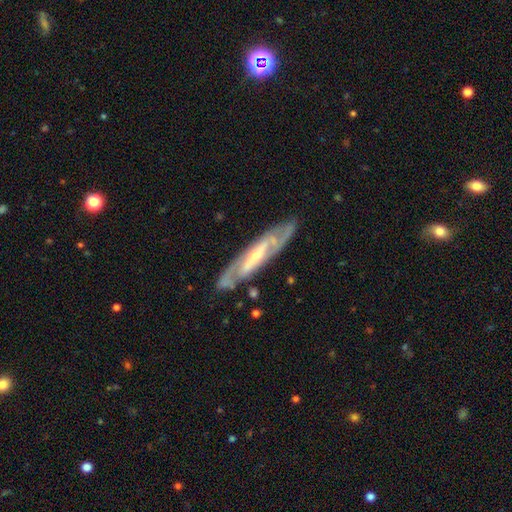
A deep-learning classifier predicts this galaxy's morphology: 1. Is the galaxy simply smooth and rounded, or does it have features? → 84% featured or disk, 11% smooth, 5% star or artifact.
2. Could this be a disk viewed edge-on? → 70% no, 30% yes.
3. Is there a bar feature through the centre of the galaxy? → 45% strong, 32% weak, 22% no.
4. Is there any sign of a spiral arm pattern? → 90% yes, 10% no.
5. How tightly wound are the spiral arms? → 51% tight, 38% medium, 11% loose.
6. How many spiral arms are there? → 64% 2, 23% can't tell, 6% 3, 2% 1, 2% 4, 2% more than 4.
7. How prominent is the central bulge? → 63% small, 32% moderate, 2% none, 2% large, 1% dominant.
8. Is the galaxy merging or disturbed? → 81% none, 13% minor disturbance, 4% major disturbance, 2% merger.